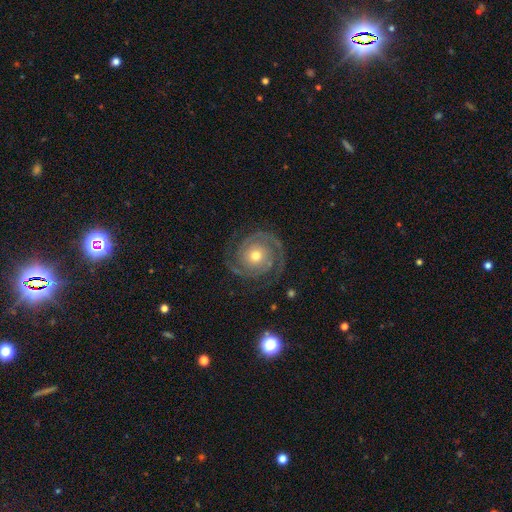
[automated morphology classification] This appears to be a featured or disk galaxy (91%) with no bar (78%), 2 (89%) tight (69%) spiral arms (98%) and a moderate central bulge (69%). Merging: none (83%).